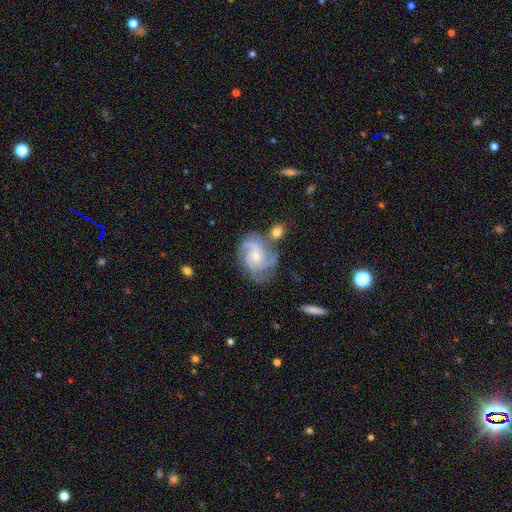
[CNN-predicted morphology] featured or disk 88%, smooth 7%, star or artifact 5%. Down the decision tree: edge-on disk — no (98%); bar — no (67%); spiral arms — yes (98%); spiral arm count — 3 (51%); spiral winding — tight (50%); bulge size — small (63%); merging — none (61%).